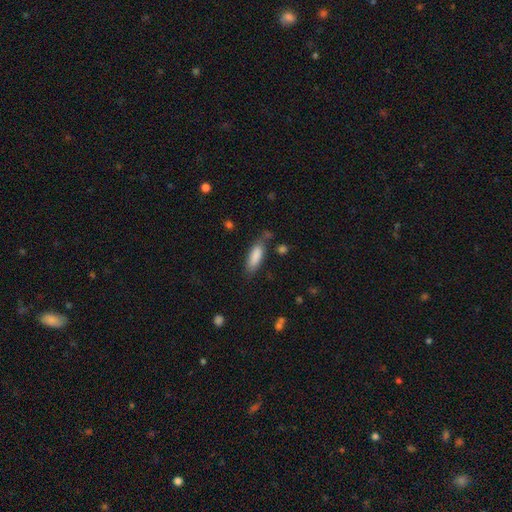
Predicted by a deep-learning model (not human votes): Smooth or featured: smooth — 85% (featured or disk — 8%)
How rounded: in between — 59% (cigar-shaped — 39%)
Merging: none — 69% (minor disturbance — 20%)